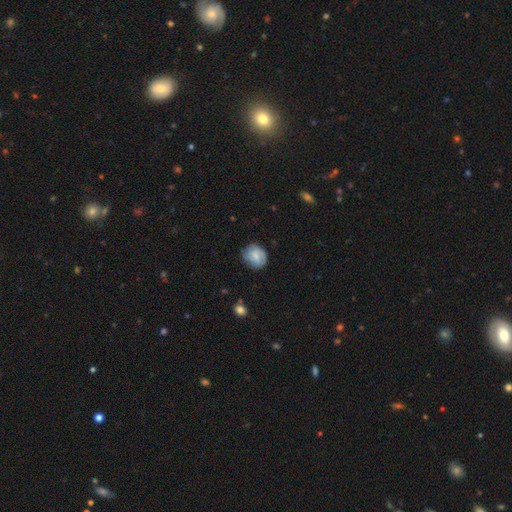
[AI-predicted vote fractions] smooth-or-featured: smooth: 73% | featured or disk: 20% | star or artifact: 7%
  how-rounded: round: 69% | in between: 30% | cigar-shaped: 1%
  merging: none: 72% | minor disturbance: 22% | major disturbance: 5% | merger: 1%